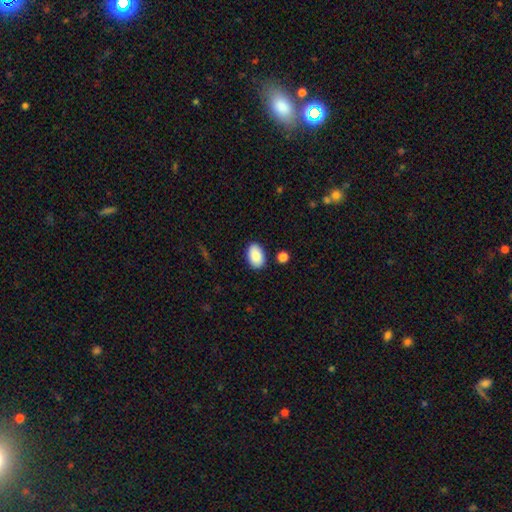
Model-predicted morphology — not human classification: This is clearly a smooth galaxy (88%). How rounded: clearly in between (91%). Merging: clearly none (85%).